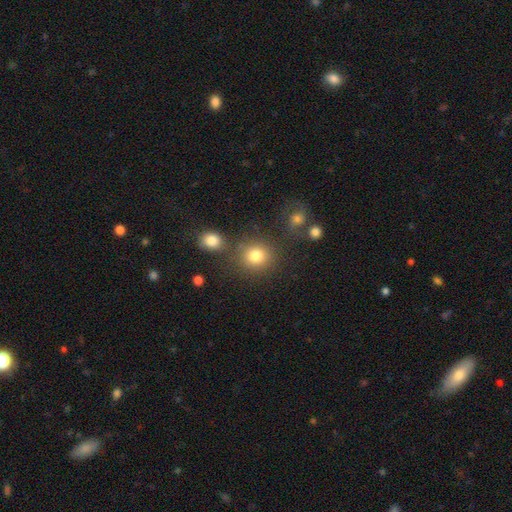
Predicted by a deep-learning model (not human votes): A smooth galaxy with no disk features (80%) that is round (85%).

Vote fractions:
- Smooth or featured? smooth: 80% / star or artifact: 13% / featured or disk: 7%
- How rounded? round: 85% / in between: 14% / cigar-shaped: 1%
- Merging? none: 74% / merger: 11% / minor disturbance: 10% / major disturbance: 5%